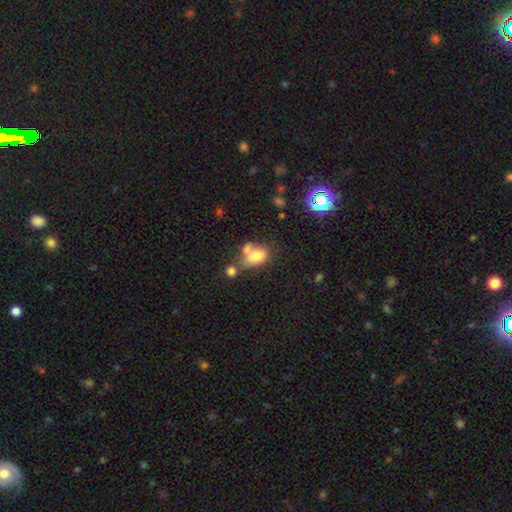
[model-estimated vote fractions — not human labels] Overall: smooth (76%). How rounded: in between (83%). Merging: merger (39%; none 35%).